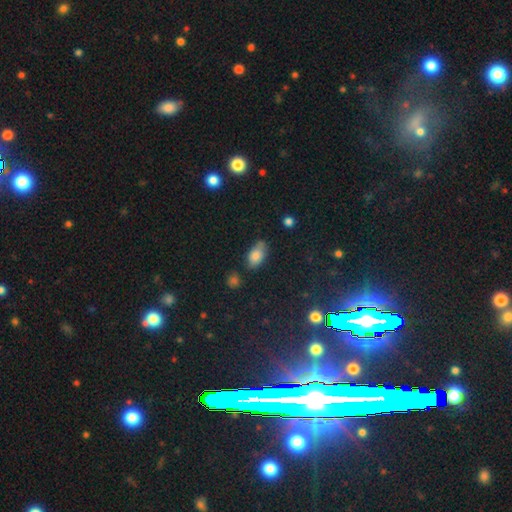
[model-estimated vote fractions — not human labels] Overall: smooth (80%). How rounded: in between (90%). Merging: none (61%; minor disturbance 27%).